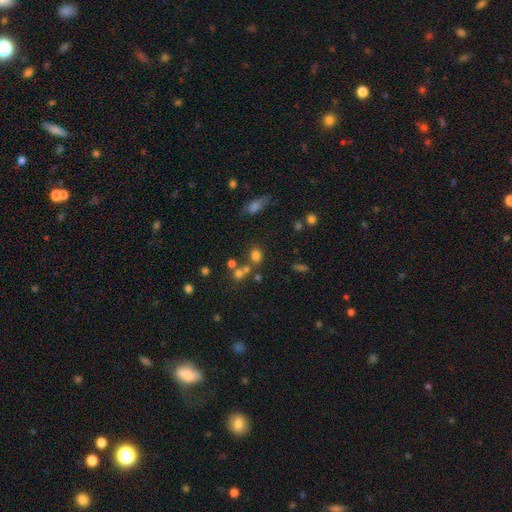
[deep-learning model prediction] A smooth galaxy with no disk features (72%) that is round (61%). Merging: none (63%).